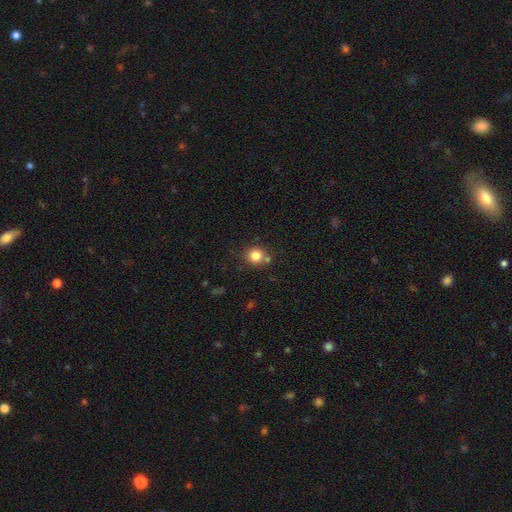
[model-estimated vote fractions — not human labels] A smooth galaxy with no disk features (82%) that is round (88%). Merging: none (70%).